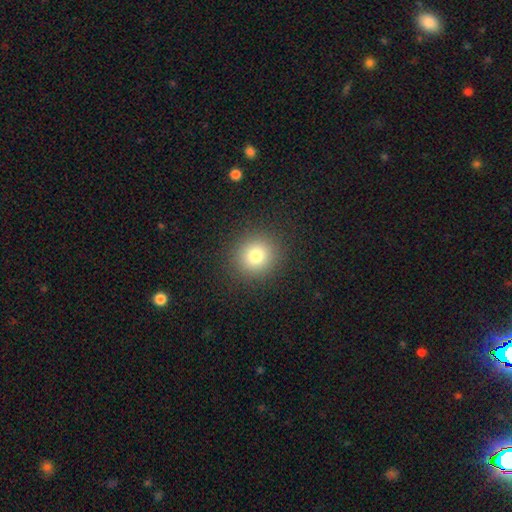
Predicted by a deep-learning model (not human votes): Smooth or featured? Predicted: smooth (p=0.78). How rounded? Predicted: round (p=0.89). Merging? Predicted: none (p=0.90).